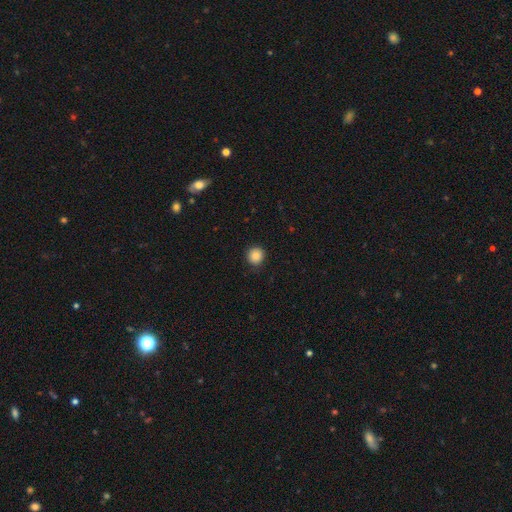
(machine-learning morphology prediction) Smooth or featured?
  - smooth: 84% *
  - star or artifact: 10%
  - featured or disk: 5%
How rounded?
  - round: 93% *
  - in between: 6%
  - cigar-shaped: 1%
Merging?
  - none: 88% *
  - minor disturbance: 9%
  - major disturbance: 2%
  - merger: 1%